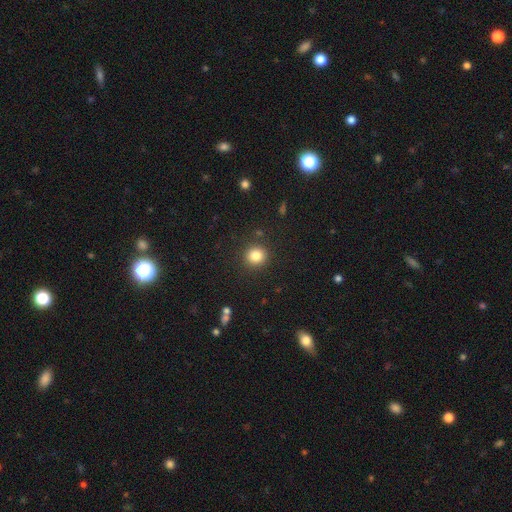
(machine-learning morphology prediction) Smooth or featured? Predicted: smooth (p=0.83). How rounded? Predicted: round (p=0.91). Merging? Predicted: none (p=0.89).